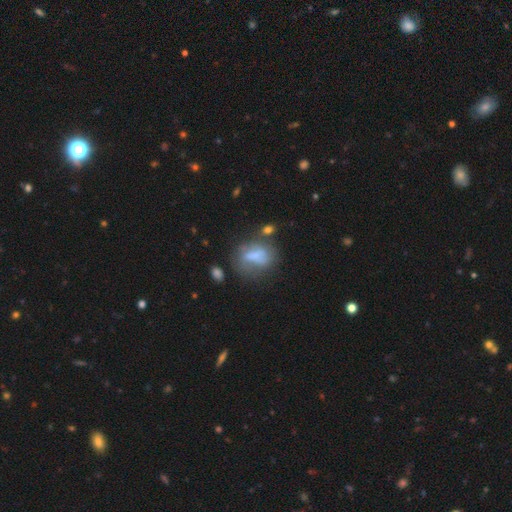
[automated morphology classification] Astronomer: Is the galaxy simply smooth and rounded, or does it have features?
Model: smooth — 56% (runner-up: featured or disk, 33%).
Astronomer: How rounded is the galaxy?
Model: in between — 66%.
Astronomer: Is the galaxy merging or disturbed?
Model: none — 38% (runner-up: minor disturbance, 25%).